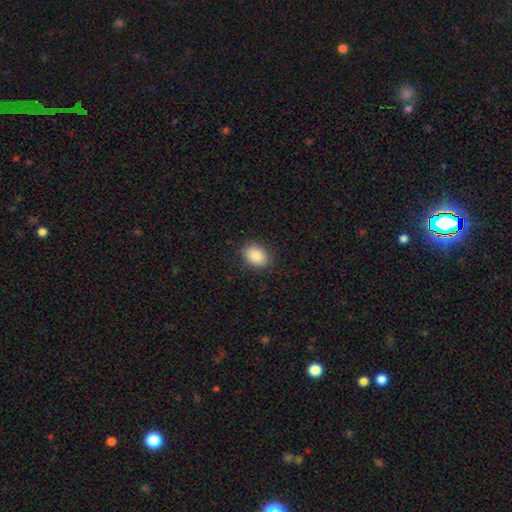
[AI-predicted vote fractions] Overall: smooth (86%). How rounded: in between (64%; round 35%). Merging: none (86%).